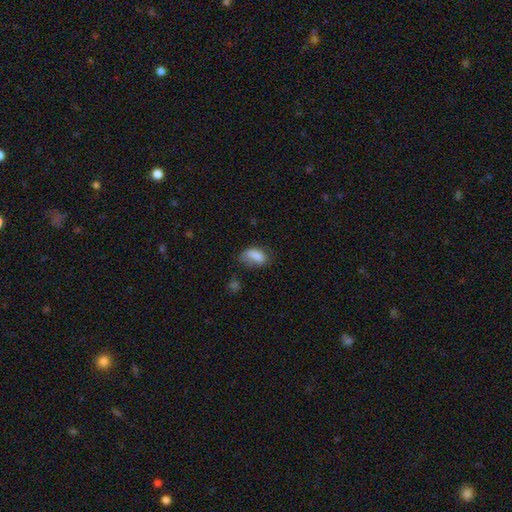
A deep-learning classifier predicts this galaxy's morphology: smooth_or_featured: smooth (p=0.81) [alt: featured or disk p=0.10]
how_rounded: in between (p=0.89) [alt: round p=0.07]
merging: none (p=0.39) [alt: minor disturbance p=0.34]